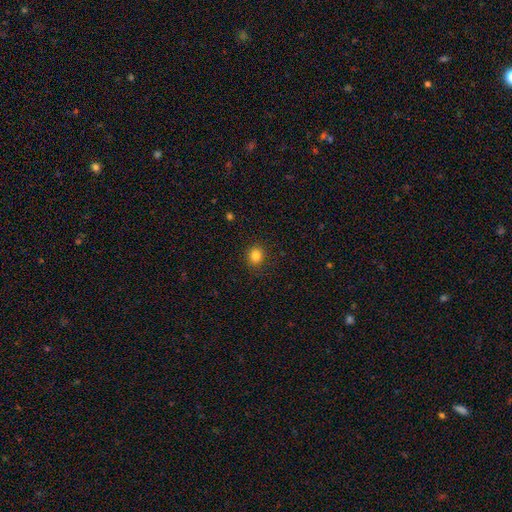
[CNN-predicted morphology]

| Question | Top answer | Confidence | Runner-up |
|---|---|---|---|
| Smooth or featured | smooth | 83% | star or artifact (12%) |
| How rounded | round | 76% | in between (23%) |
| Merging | none | 89% | minor disturbance (7%) |